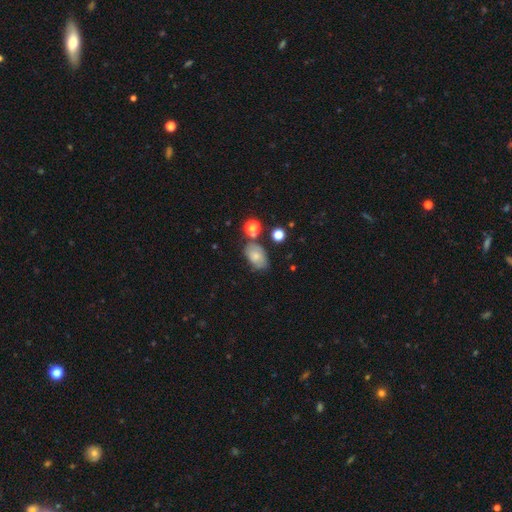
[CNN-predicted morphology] Smooth or featured? Predicted: smooth (p=0.65). How rounded? Predicted: in between (p=0.86). Merging? Predicted: none (p=0.57).